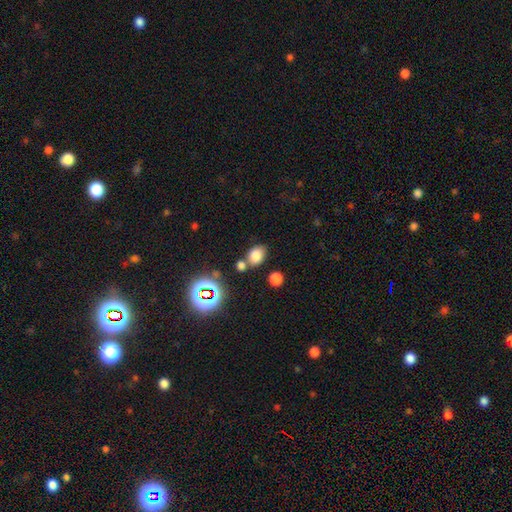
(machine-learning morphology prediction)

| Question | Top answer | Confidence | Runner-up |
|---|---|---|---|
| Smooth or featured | smooth | 76% | star or artifact (16%) |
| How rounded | in between | 70% | round (29%) |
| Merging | none | 64% | merger (19%) |